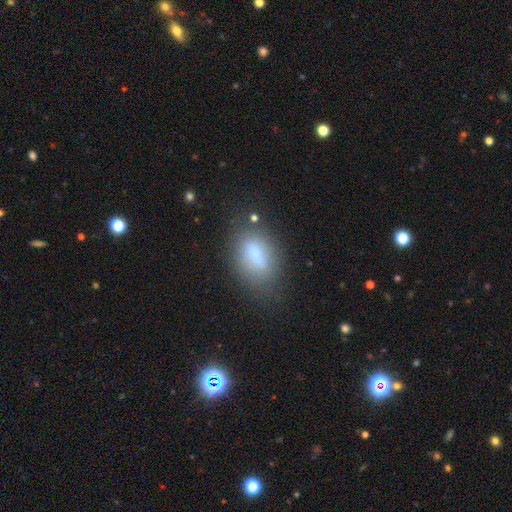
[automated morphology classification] Smooth or featured? smooth (70%)
How rounded? in between (80%)
Merging? none (66%)